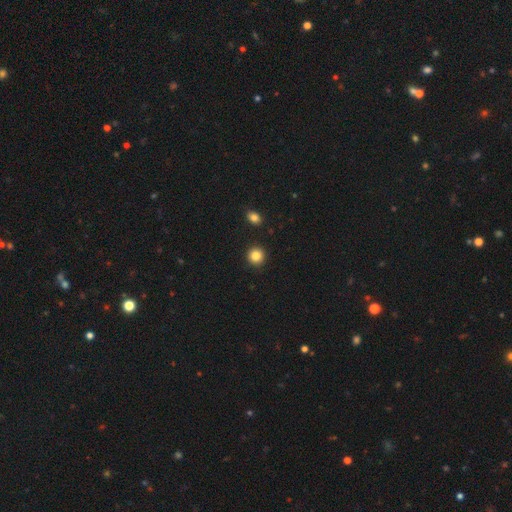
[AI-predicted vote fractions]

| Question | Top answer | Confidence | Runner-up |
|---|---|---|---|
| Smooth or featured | smooth | 85% | star or artifact (10%) |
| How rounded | round | 92% | in between (7%) |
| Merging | none | 91% | minor disturbance (5%) |